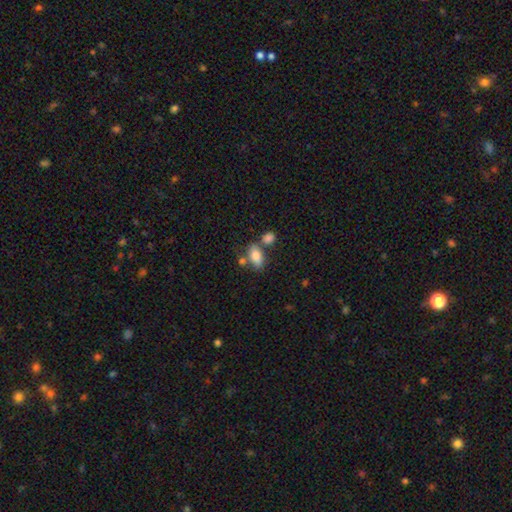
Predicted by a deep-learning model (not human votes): Morphology: type=smooth (83%); roundness=in between (88%); merging=none (52%).